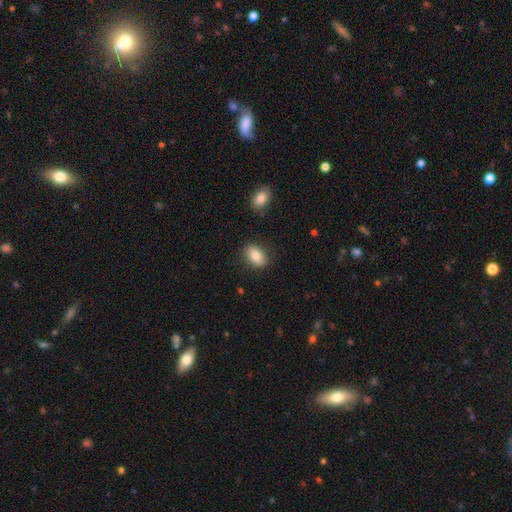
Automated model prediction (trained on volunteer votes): smooth_or_featured: smooth (p=0.83) [alt: featured or disk p=0.10]
how_rounded: in between (p=0.86) [alt: round p=0.12]
merging: none (p=0.84) [alt: minor disturbance p=0.11]